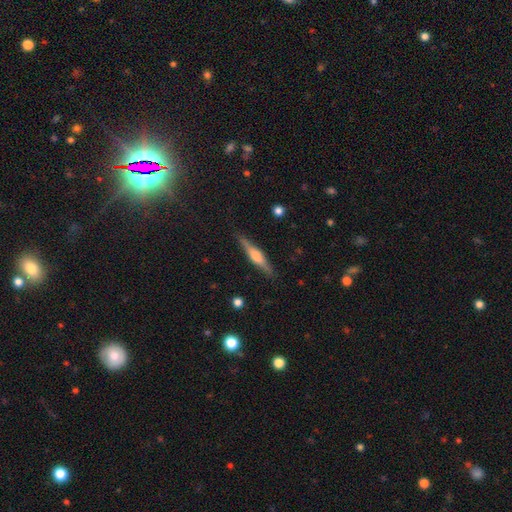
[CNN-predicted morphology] smooth_or_featured: featured or disk (p=0.63) [alt: smooth p=0.31]
disk_edge_on: yes (p=0.97) [alt: no p=0.03]
edge_on_bulge: rounded (p=0.76) [alt: boxy p=0.18]
merging: none (p=0.87) [alt: minor disturbance p=0.09]